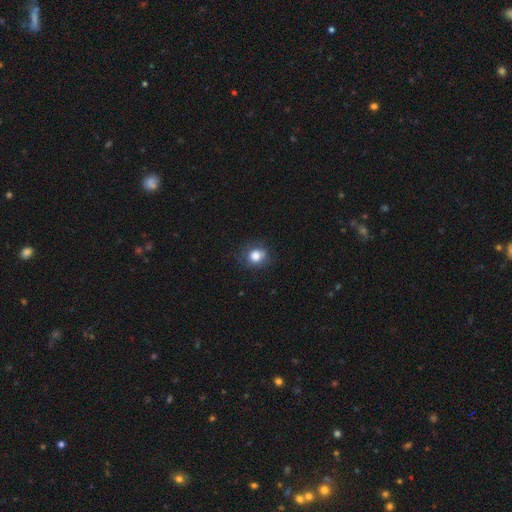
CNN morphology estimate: This appears to be a smooth galaxy with no disk features (80%) that is round (70%). Merging: none (73%).